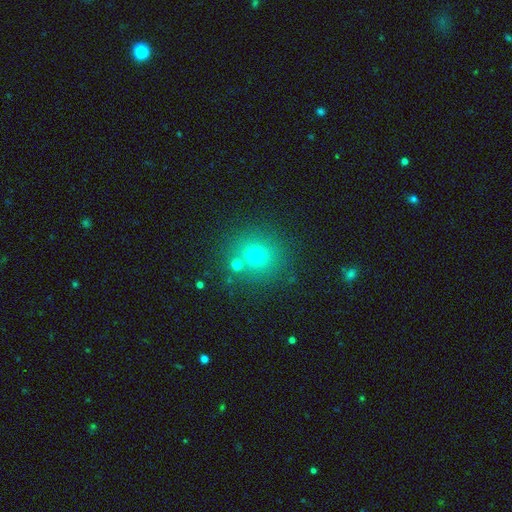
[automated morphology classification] Smooth or featured: smooth — 67% (star or artifact — 21%)
How rounded: round — 89% (in between — 10%)
Merging: none — 79% (merger — 9%)